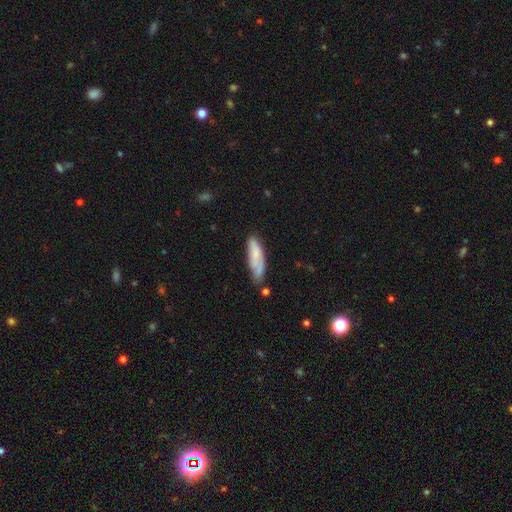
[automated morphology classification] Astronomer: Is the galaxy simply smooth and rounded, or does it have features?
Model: smooth — 62%.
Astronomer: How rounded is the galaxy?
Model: cigar-shaped — 57% (runner-up: in between, 41%).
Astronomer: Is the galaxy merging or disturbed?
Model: none — 55%.